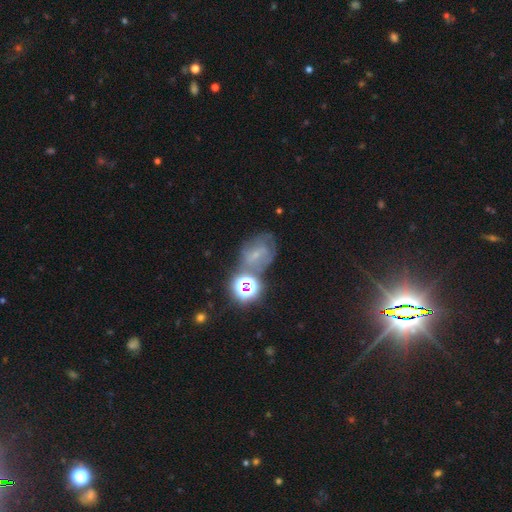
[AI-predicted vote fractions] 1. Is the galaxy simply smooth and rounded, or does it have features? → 40% featured or disk, 32% star or artifact, 28% smooth.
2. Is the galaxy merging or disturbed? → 47% none, 22% minor disturbance, 17% major disturbance, 15% merger.